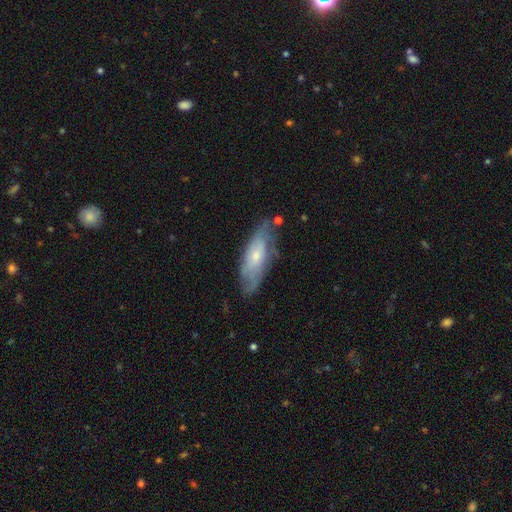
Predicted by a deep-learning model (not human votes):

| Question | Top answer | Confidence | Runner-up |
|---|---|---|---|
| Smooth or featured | featured or disk | 57% | smooth (36%) |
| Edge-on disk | no | 74% | yes (26%) |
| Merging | none | 66% | minor disturbance (24%) |